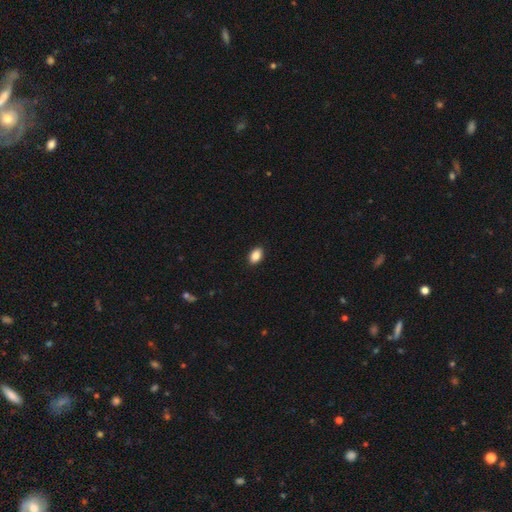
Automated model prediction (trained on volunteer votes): smooth 87%, star or artifact 8%, featured or disk 5%. Down the decision tree: how rounded — in between (88%); merging — none (89%).